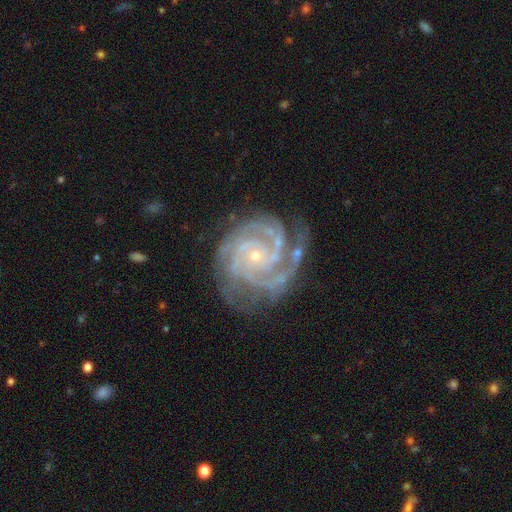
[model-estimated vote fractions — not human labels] smooth-or-featured: featured or disk: 92% | star or artifact: 5% | smooth: 3%
  disk-edge-on: no: 98% | yes: 2%
    bar: no: 75% | weak: 17% | strong: 8%
    has-spiral-arms: yes: 99% | no: 1%
      spiral-winding: tight: 76% | medium: 22% | loose: 2%
      spiral-arm-count: 3: 37% | 4: 23% | 2: 16% | can't tell: 9% | more than 4: 7% | 1: 6%
    bulge-size: small: 86% | moderate: 10% | none: 2% | large: 1% | dominant: 1%
  merging: none: 70% | minor disturbance: 19% | major disturbance: 8% | merger: 2%